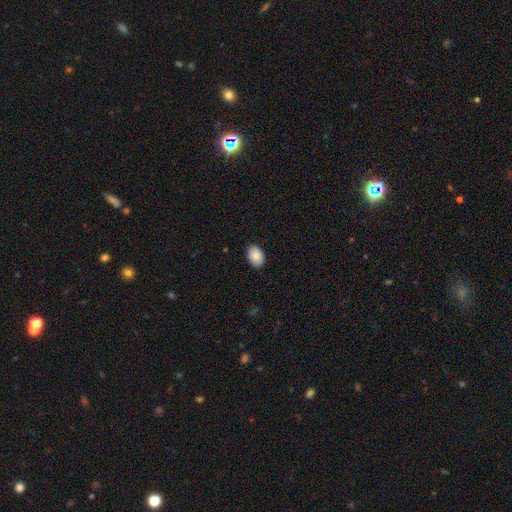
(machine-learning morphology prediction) Overall: smooth (87%). How rounded: in between (87%). Merging: none (88%).